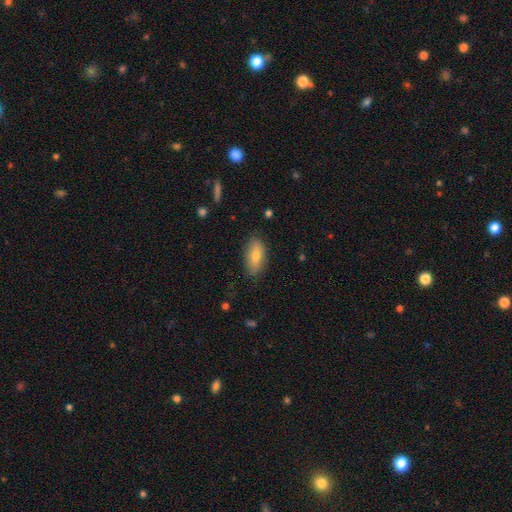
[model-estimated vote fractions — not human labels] This is likely a smooth galaxy (72%). How rounded: clearly in between (84%). Merging: clearly none (84%).